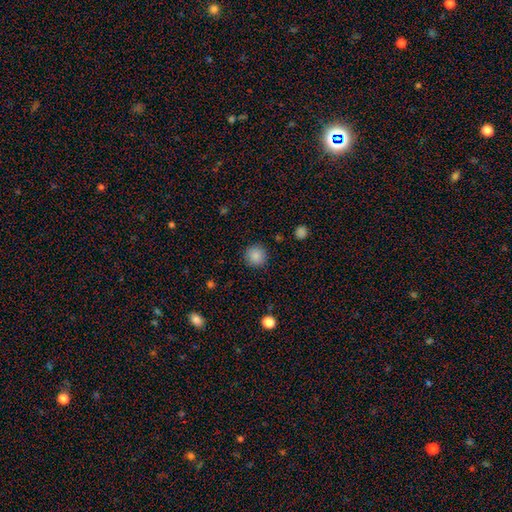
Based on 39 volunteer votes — Smooth or featured: smooth — 95% (star or artifact — 5%)
How rounded: round — 92% (in between — 8%)
Merging: none — 97% (minor disturbance — 3%)